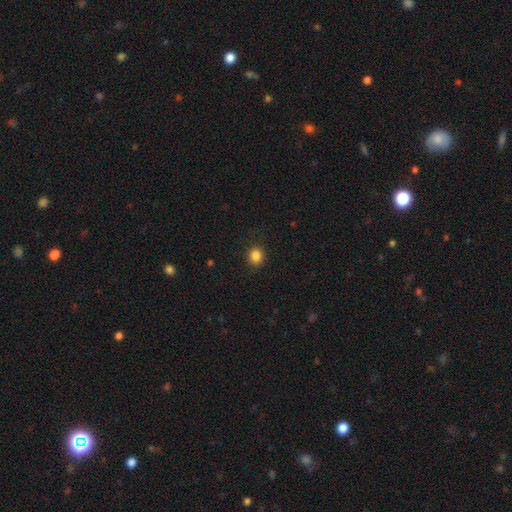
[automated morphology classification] Smooth or featured? smooth (85%)
How rounded? round (68%)
Merging? none (88%)